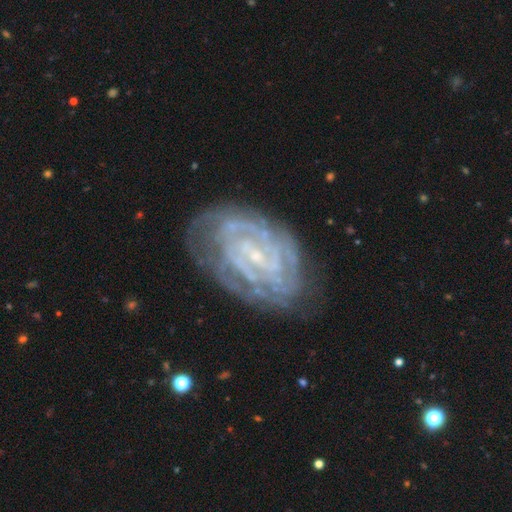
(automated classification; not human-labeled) Q: Smooth or featured?
A: featured or disk (87%); runner-up: smooth (7%)
Q: Edge-on disk?
A: no (97%); runner-up: yes (3%)
Q: Bar?
A: weak (44%); runner-up: no (36%)
Q: Spiral arms?
A: yes (95%); runner-up: no (5%)
Q: Spiral winding?
A: tight (77%); runner-up: medium (19%)
Q: Spiral arm count?
A: can't tell (35%); runner-up: 2 (25%)
Q: Bulge size?
A: small (80%); runner-up: moderate (10%)
Q: Merging?
A: none (72%); runner-up: minor disturbance (19%)